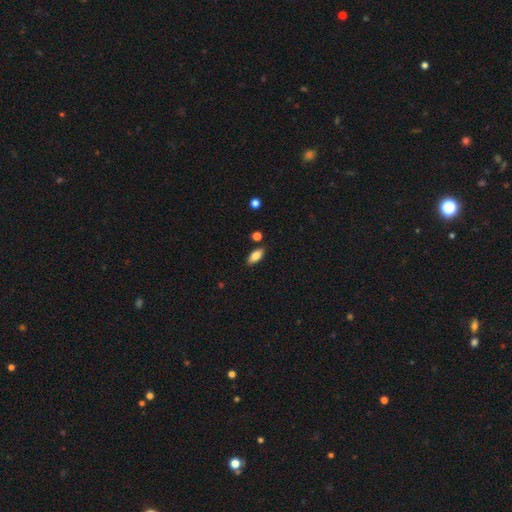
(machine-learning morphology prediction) Smooth or featured? smooth (79%)
How rounded? in between (86%)
Merging? none (85%)